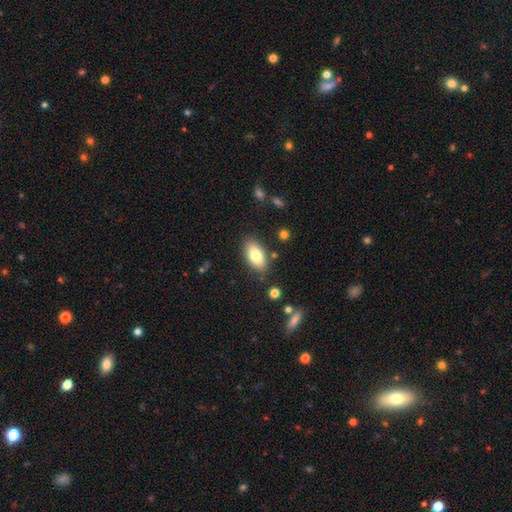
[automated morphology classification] smooth 78%, featured or disk 14%, star or artifact 7%. Down the decision tree: how rounded — in between (91%); merging — none (82%).